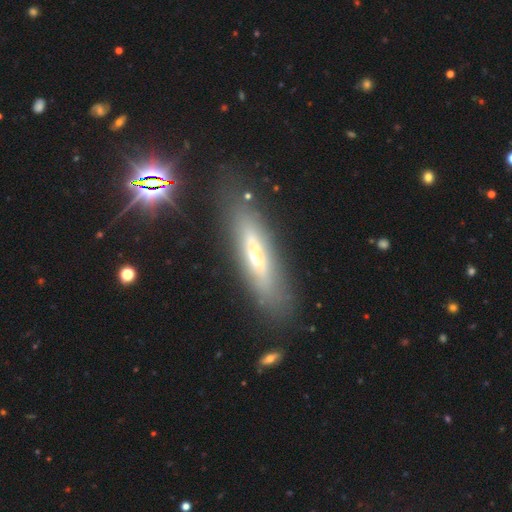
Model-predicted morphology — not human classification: Smooth or featured? featured or disk (56%)
Edge-on disk? yes (68%)
Merging? none (72%)